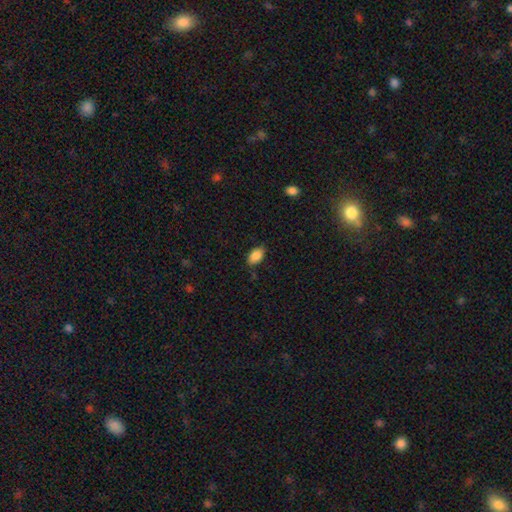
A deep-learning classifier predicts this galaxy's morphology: Q: Smooth or featured?
A: smooth (88%); runner-up: star or artifact (8%)
Q: How rounded?
A: in between (91%); runner-up: round (7%)
Q: Merging?
A: none (80%); runner-up: minor disturbance (15%)